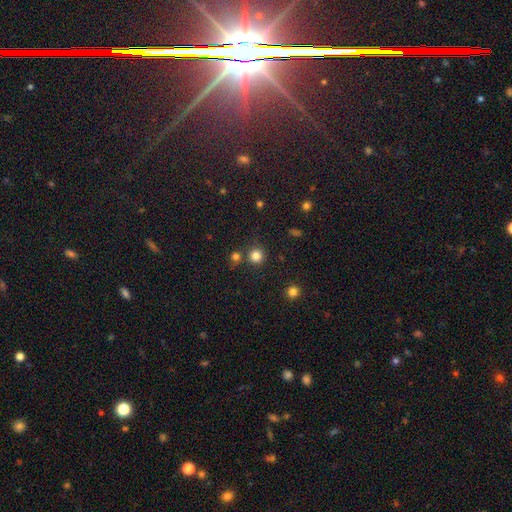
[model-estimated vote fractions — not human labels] Smooth or featured? Predicted: smooth (p=0.81). How rounded? Predicted: round (p=0.94). Merging? Predicted: none (p=0.82).